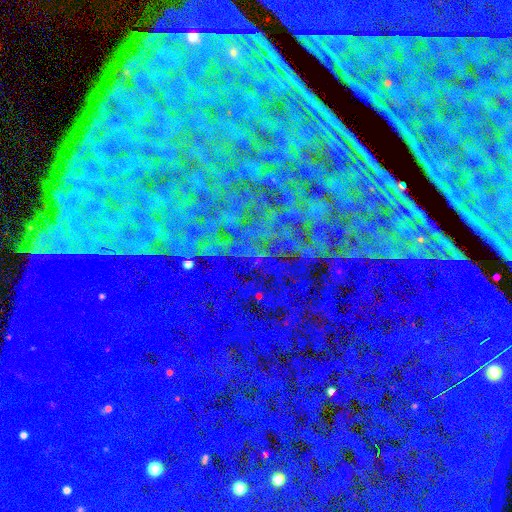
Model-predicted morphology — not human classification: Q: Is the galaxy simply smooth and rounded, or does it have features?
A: star or artifact — 88%.